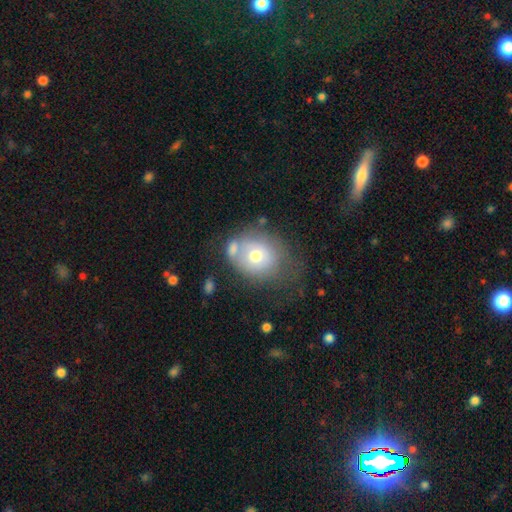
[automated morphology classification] This is likely a smooth galaxy (64%). How rounded: likely round (63%). Merging: marginally none (42%).